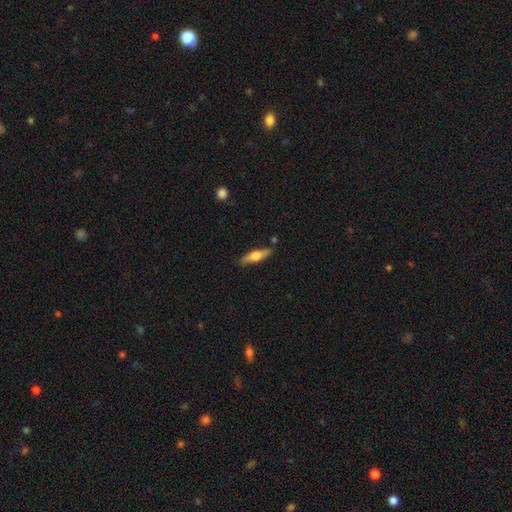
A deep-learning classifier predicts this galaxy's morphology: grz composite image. It shows a smooth galaxy with no disk features (51%) that is cigar-shaped (68%). Merging: none (82%).